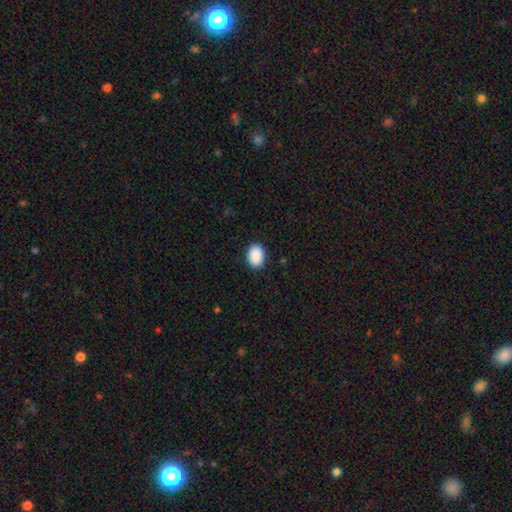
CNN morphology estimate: Q: Smooth or featured?
A: smooth (91%); runner-up: star or artifact (7%)
Q: How rounded?
A: in between (71%); runner-up: round (28%)
Q: Merging?
A: none (89%); runner-up: minor disturbance (8%)